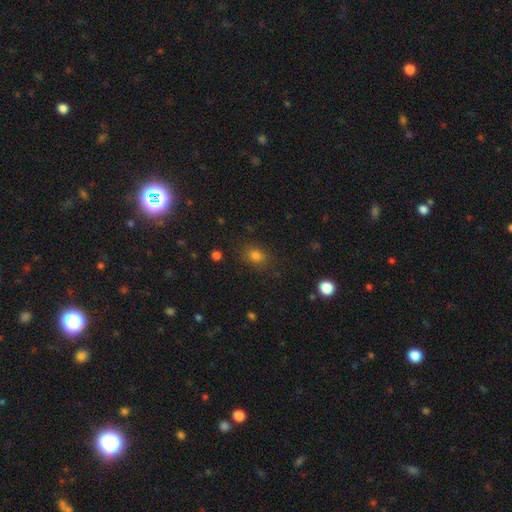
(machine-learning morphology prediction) This is likely a smooth galaxy (77%). How rounded: possibly in between (54%). Merging: clearly none (83%).